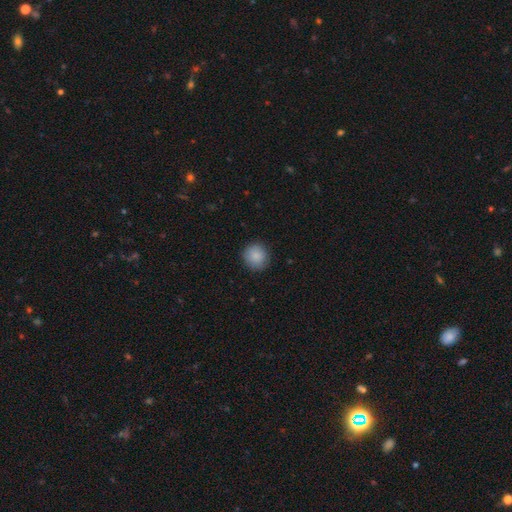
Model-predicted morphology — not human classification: Q: Smooth or featured?
A: smooth (88%); runner-up: star or artifact (8%)
Q: How rounded?
A: round (92%); runner-up: in between (7%)
Q: Merging?
A: none (88%); runner-up: minor disturbance (8%)